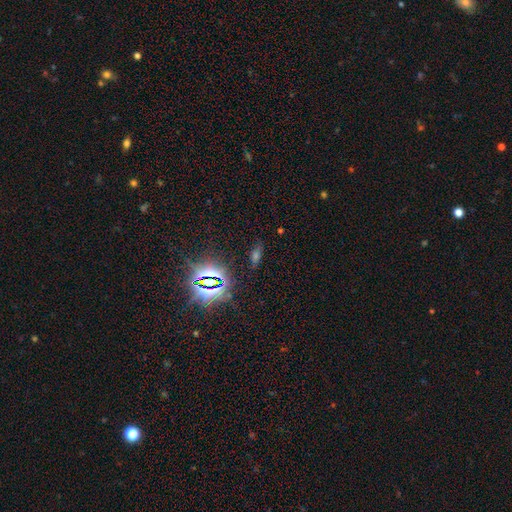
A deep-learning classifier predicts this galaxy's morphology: Smooth or featured? Predicted: star or artifact (p=0.50).